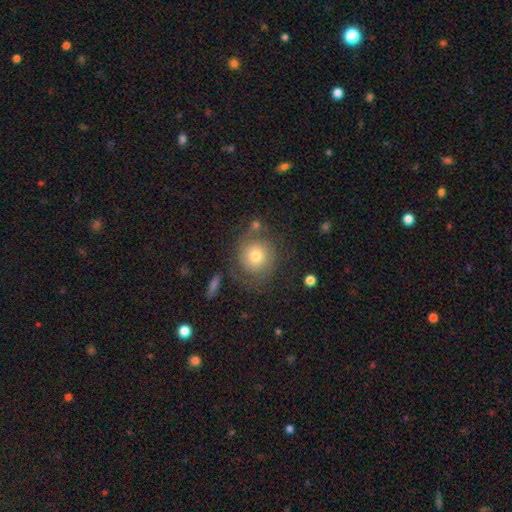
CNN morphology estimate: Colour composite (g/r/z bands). It shows a featured or disk galaxy (53%) with no bar (84%), spiral arms (82%) and a moderate central bulge (65%). Merging: none (67%).